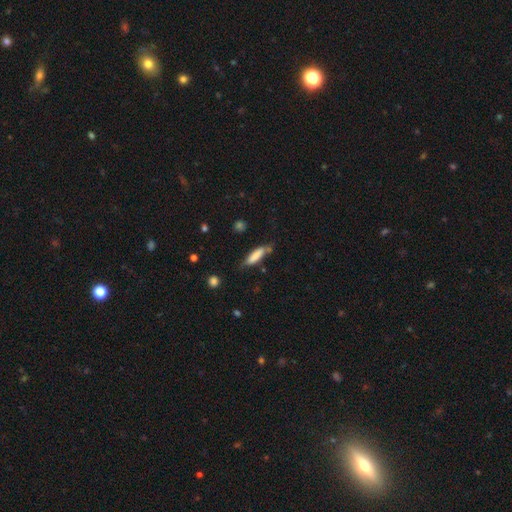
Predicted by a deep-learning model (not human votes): Morphology: type=smooth (77%); roundness=cigar-shaped (69%); merging=none (64%).